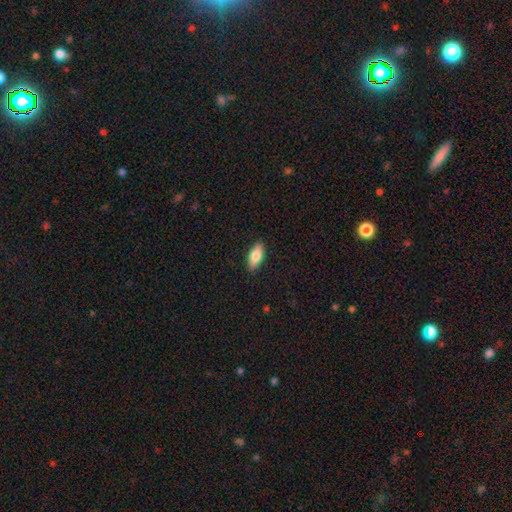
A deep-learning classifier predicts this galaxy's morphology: smooth-or-featured: smooth: 80% | featured or disk: 14% | star or artifact: 6%
  how-rounded: in between: 81% | cigar-shaped: 16% | round: 3%
  merging: none: 88% | minor disturbance: 9% | major disturbance: 2% | merger: 1%